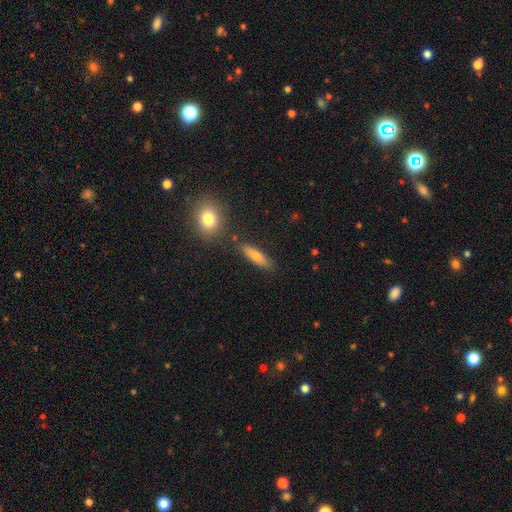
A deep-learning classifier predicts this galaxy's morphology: This is likely a smooth galaxy (67%). How rounded: likely cigar-shaped (63%). Merging: clearly none (83%).